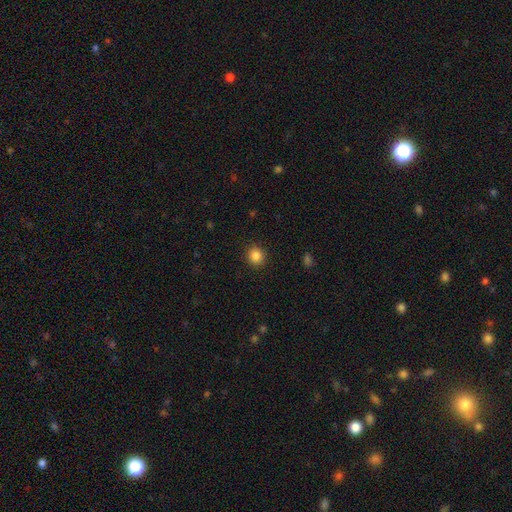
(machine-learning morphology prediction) smooth_or_featured: smooth (p=0.85) [alt: star or artifact p=0.11]
how_rounded: round (p=0.87) [alt: in between p=0.13]
merging: none (p=0.91) [alt: minor disturbance p=0.06]